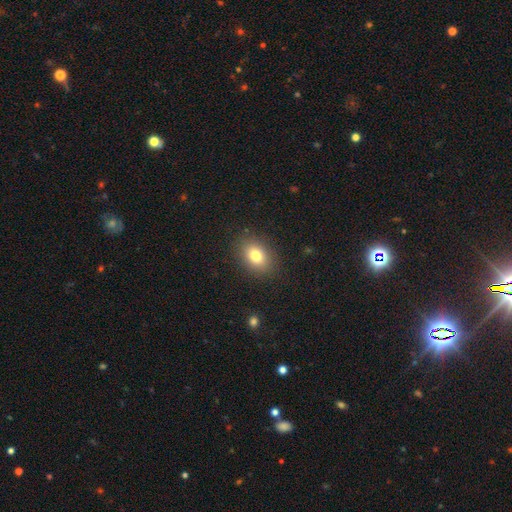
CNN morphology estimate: Smooth or featured? Predicted: smooth (p=0.78). How rounded? Predicted: in between (p=0.68). Merging? Predicted: none (p=0.88).